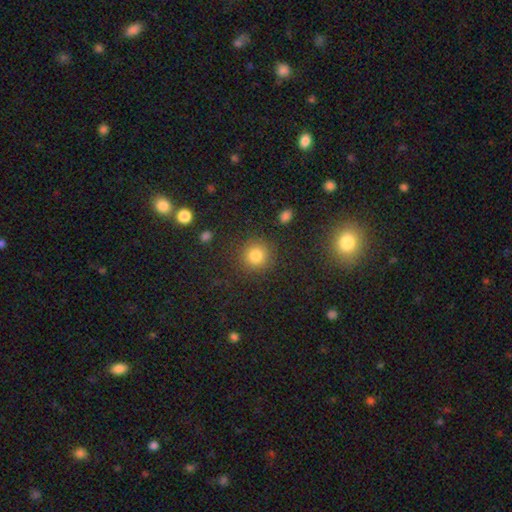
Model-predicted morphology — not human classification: Smooth or featured? smooth (80%)
How rounded? round (92%)
Merging? none (88%)